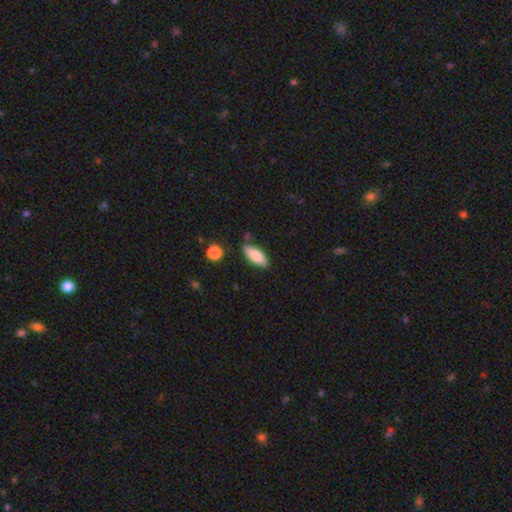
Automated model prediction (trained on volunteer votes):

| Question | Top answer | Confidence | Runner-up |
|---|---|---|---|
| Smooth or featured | smooth | 81% | featured or disk (12%) |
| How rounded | in between | 78% | cigar-shaped (19%) |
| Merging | none | 80% | minor disturbance (13%) |